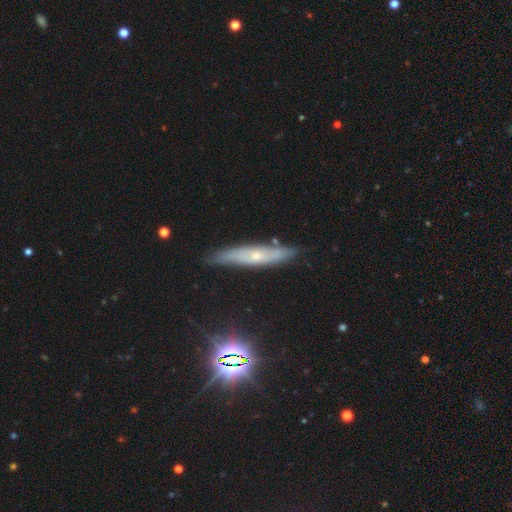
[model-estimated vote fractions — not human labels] Q: Smooth or featured?
A: featured or disk (55%); runner-up: smooth (35%)
Q: Edge-on disk?
A: yes (68%); runner-up: no (32%)
Q: Merging?
A: none (79%); runner-up: minor disturbance (16%)